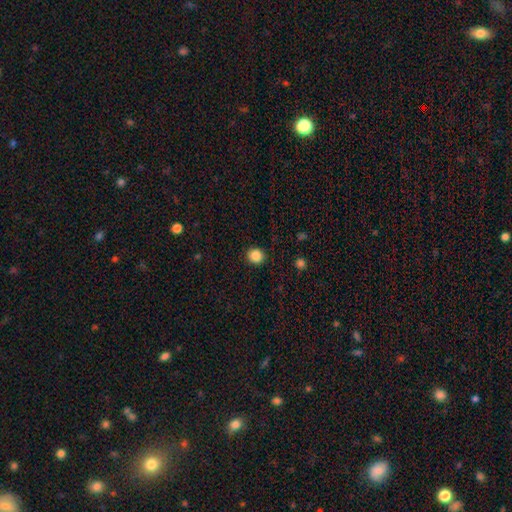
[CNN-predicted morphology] smooth-or-featured: smooth: 87% | star or artifact: 10% | featured or disk: 3%
  how-rounded: round: 87% | in between: 12% | cigar-shaped: 1%
  merging: none: 91% | minor disturbance: 6% | major disturbance: 2% | merger: 1%